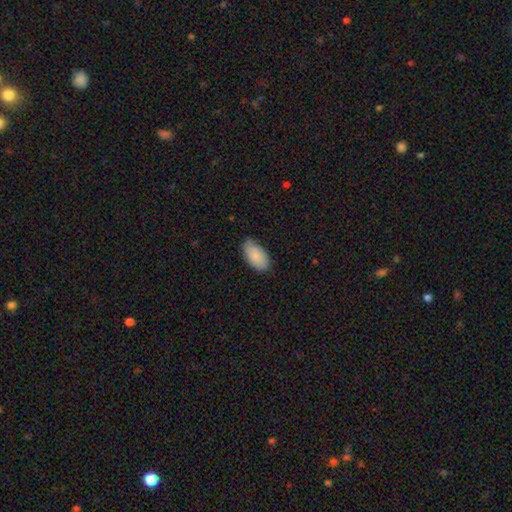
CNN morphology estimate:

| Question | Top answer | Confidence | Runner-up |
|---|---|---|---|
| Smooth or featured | smooth | 87% | featured or disk (7%) |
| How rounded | in between | 95% | cigar-shaped (2%) |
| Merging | none | 76% | minor disturbance (20%) |